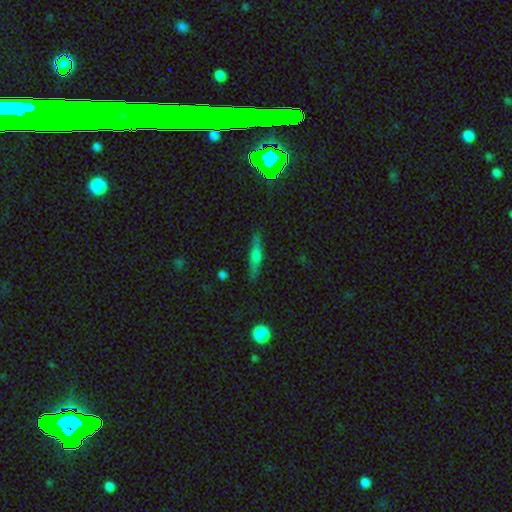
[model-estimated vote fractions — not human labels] Q: Smooth or featured?
A: featured or disk (46%); runner-up: smooth (44%)
Q: Merging?
A: none (86%); runner-up: minor disturbance (10%)